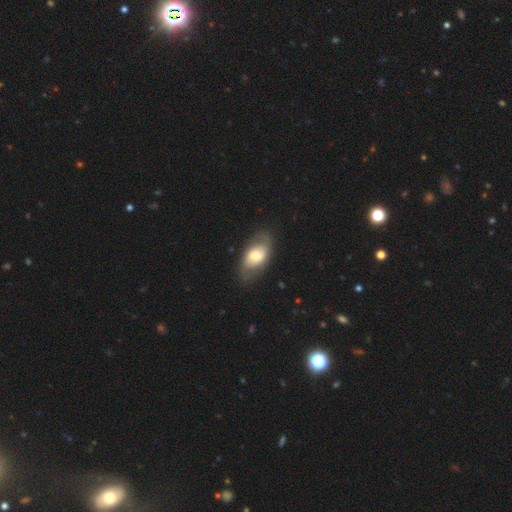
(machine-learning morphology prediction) The model was most divided on "smooth or featured": smooth: 55%, featured or disk: 38%, star or artifact: 6%. More confident: how rounded — in between (89%); merging — none (78%).